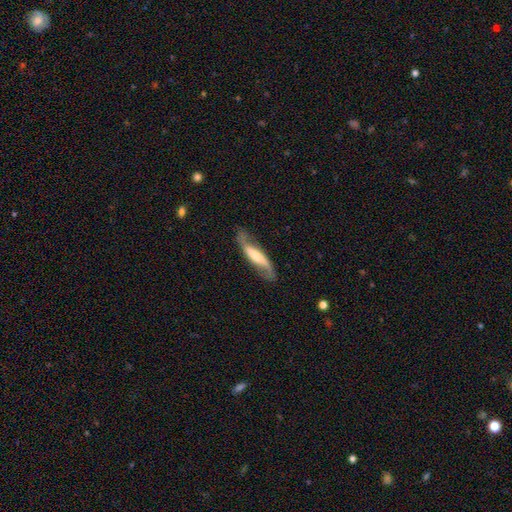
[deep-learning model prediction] Smooth or featured: featured or disk — 71% (smooth — 24%)
Edge-on disk: no — 73% (yes — 27%)
Bar: strong — 41% (weak — 33%)
Spiral arms: yes — 91% (no — 9%)
Bulge size: moderate — 42% (small — 32%)
Merging: none — 72% (minor disturbance — 19%)